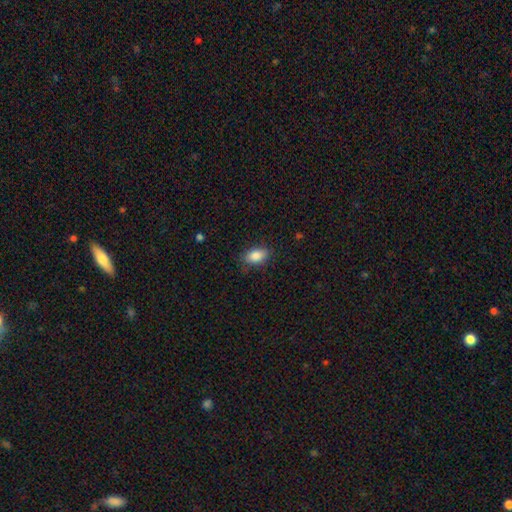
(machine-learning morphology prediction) Smooth or featured? Predicted: smooth (p=0.86). How rounded? Predicted: in between (p=0.89). Merging? Predicted: none (p=0.82).